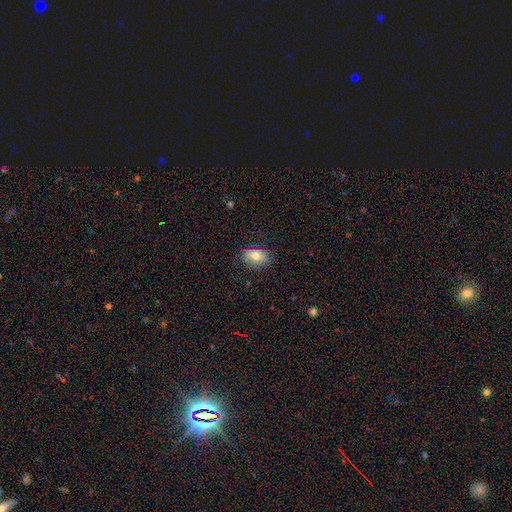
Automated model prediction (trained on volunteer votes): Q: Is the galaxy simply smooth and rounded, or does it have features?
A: smooth — 76%.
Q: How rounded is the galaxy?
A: in between — 84%.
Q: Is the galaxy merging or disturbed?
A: none — 82%.